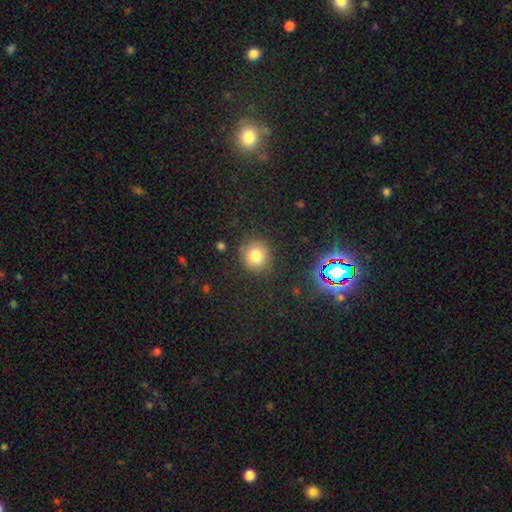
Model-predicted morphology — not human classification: Q: Smooth or featured?
A: smooth (78%); runner-up: star or artifact (15%)
Q: How rounded?
A: round (89%); runner-up: in between (9%)
Q: Merging?
A: none (85%); runner-up: minor disturbance (9%)